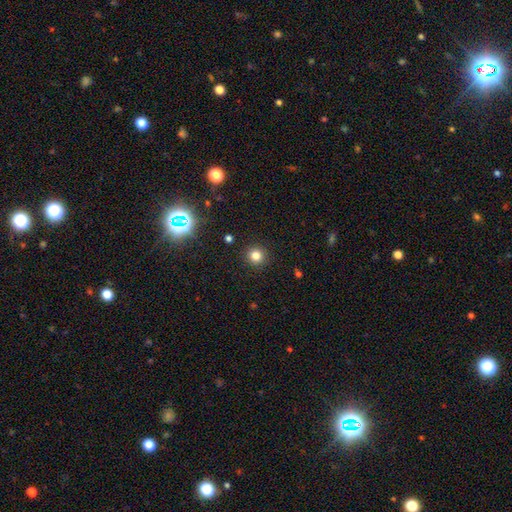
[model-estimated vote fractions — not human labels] Smooth or featured: smooth — 79% (star or artifact — 15%)
How rounded: round — 93% (in between — 6%)
Merging: none — 91% (minor disturbance — 5%)